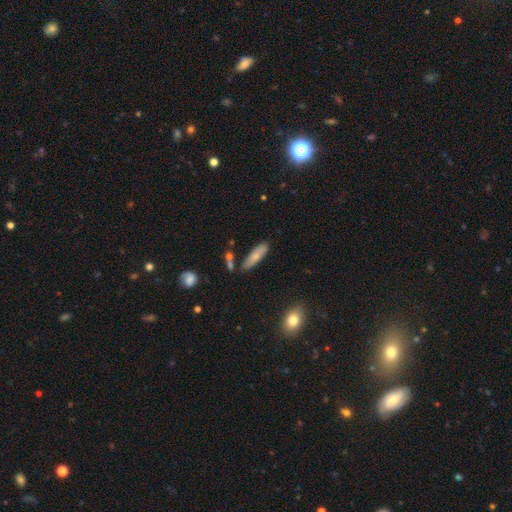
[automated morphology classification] Smooth or featured?
  - smooth: 72% *
  - featured or disk: 21%
  - star or artifact: 7%
How rounded?
  - cigar-shaped: 62% *
  - in between: 36%
  - round: 2%
Merging?
  - none: 75% *
  - minor disturbance: 15%
  - merger: 7%
  - major disturbance: 3%